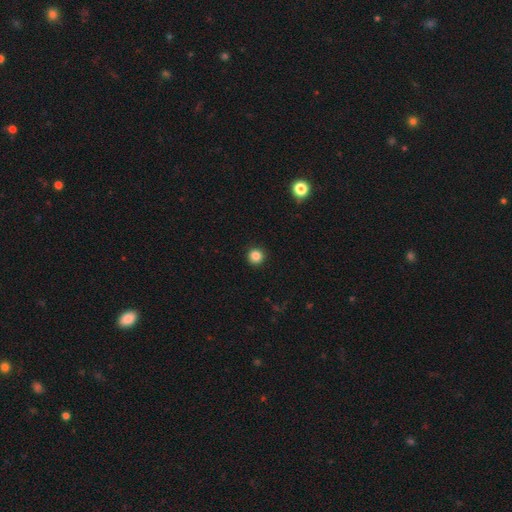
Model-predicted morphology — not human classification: Smooth or featured?
  - smooth: 85% *
  - star or artifact: 11%
  - featured or disk: 4%
How rounded?
  - round: 95% *
  - in between: 4%
  - cigar-shaped: 1%
Merging?
  - none: 93% *
  - minor disturbance: 4%
  - major disturbance: 1%
  - merger: 1%